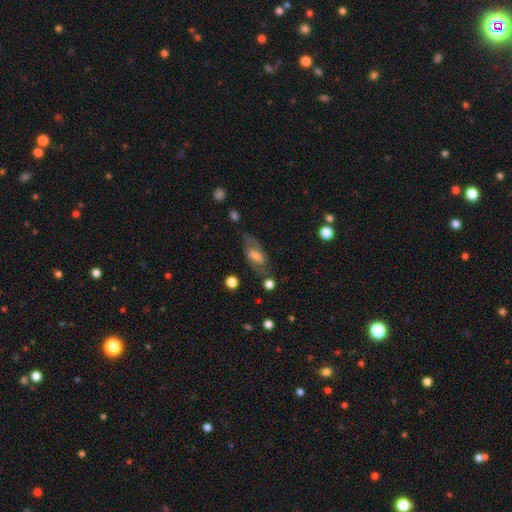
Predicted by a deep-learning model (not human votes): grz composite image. It shows a featured or disk galaxy (50%). Merging: none (63%).